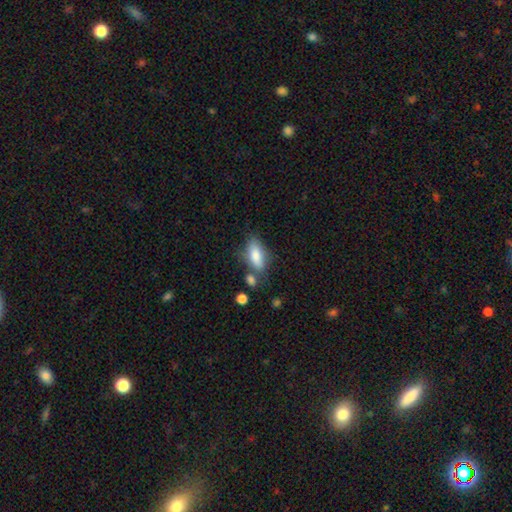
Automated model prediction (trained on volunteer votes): A smooth galaxy with no disk features (79%) that is in between round and cigar-shaped (81%).

Vote fractions:
- Smooth or featured? smooth: 79% / featured or disk: 14% / star or artifact: 7%
- How rounded? in between: 81% / cigar-shaped: 15% / round: 4%
- Merging? none: 63% / minor disturbance: 19% / merger: 12% / major disturbance: 6%